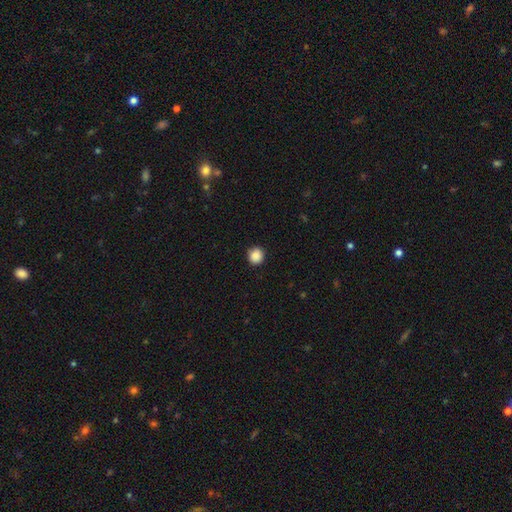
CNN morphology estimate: This appears to be a smooth galaxy with no disk features (88%) that is round (90%). Merging: none (89%).